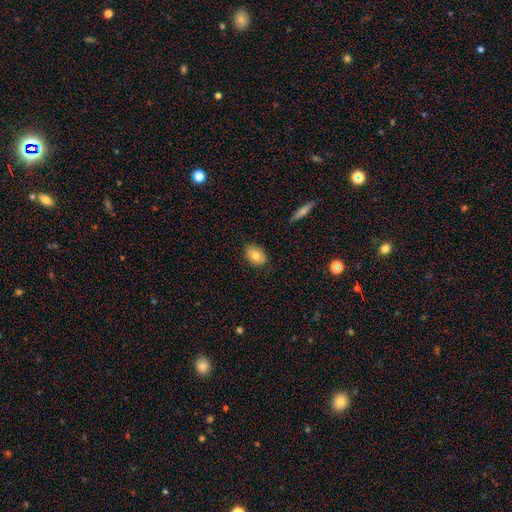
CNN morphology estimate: This appears to be a smooth galaxy with no disk features (77%) that is in between round and cigar-shaped (78%). Merging: none (81%).